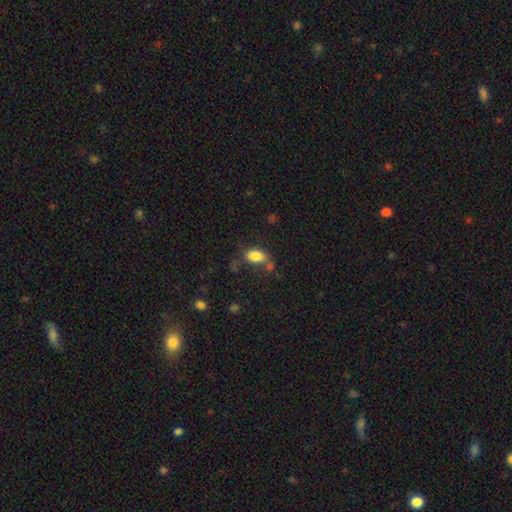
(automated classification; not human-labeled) A smooth galaxy with no disk features (83%) that is in between round and cigar-shaped (88%).

Vote fractions:
- Smooth or featured? smooth: 83% / star or artifact: 9% / featured or disk: 7%
- How rounded? in between: 88% / round: 10% / cigar-shaped: 2%
- Merging? none: 61% / minor disturbance: 20% / merger: 12% / major disturbance: 7%